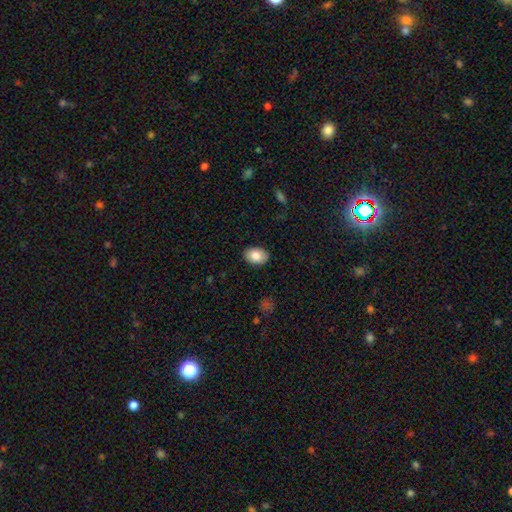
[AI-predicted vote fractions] Morphology: type=smooth (84%); roundness=in between (84%); merging=none (89%).